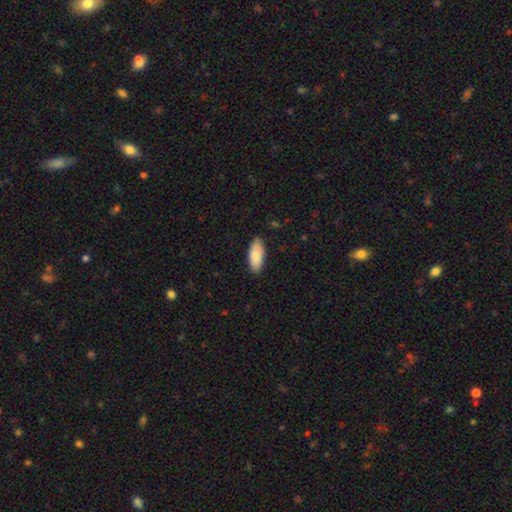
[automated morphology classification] smooth 88%, featured or disk 7%, star or artifact 5%. Down the decision tree: how rounded — in between (86%); merging — none (86%).